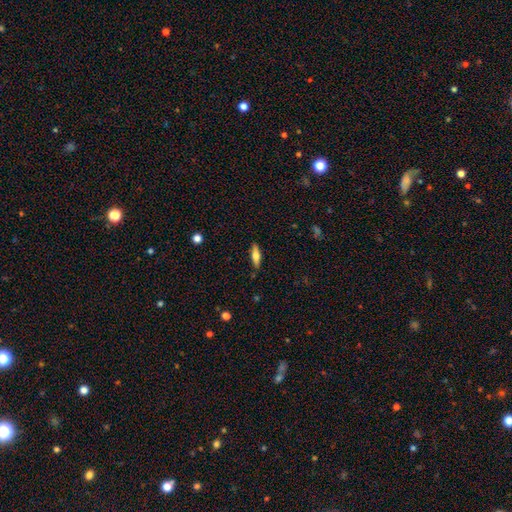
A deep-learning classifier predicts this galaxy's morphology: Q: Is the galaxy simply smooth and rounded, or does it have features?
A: smooth — 59%.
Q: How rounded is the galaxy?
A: cigar-shaped — 58%.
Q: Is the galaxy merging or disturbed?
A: none — 86%.